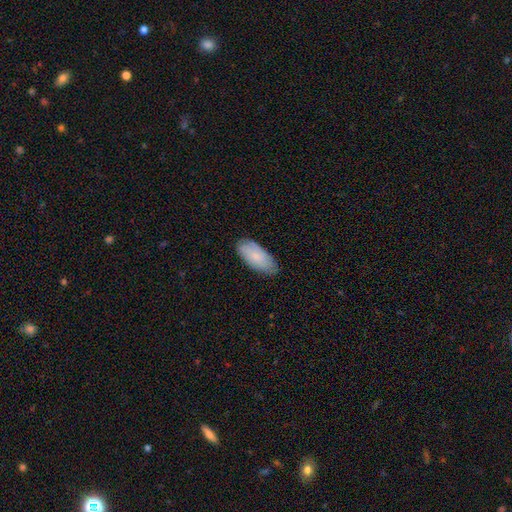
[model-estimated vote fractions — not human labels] Smooth or featured?
  - smooth: 77% *
  - featured or disk: 17%
  - star or artifact: 6%
How rounded?
  - in between: 88% *
  - cigar-shaped: 10%
  - round: 2%
Merging?
  - none: 81% *
  - minor disturbance: 16%
  - major disturbance: 3%
  - merger: 1%